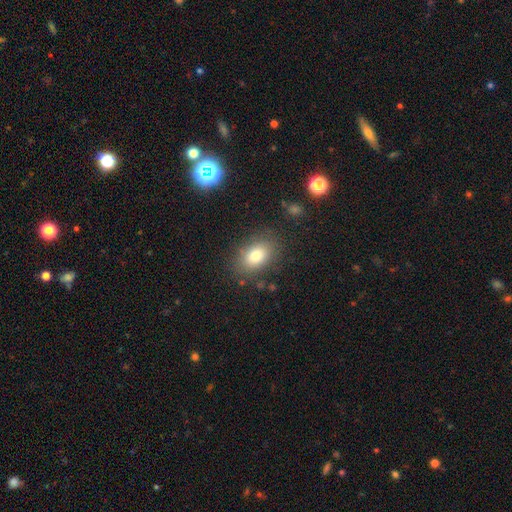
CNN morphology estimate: This is likely a smooth galaxy (79%). How rounded: clearly in between (82%). Merging: clearly none (82%).